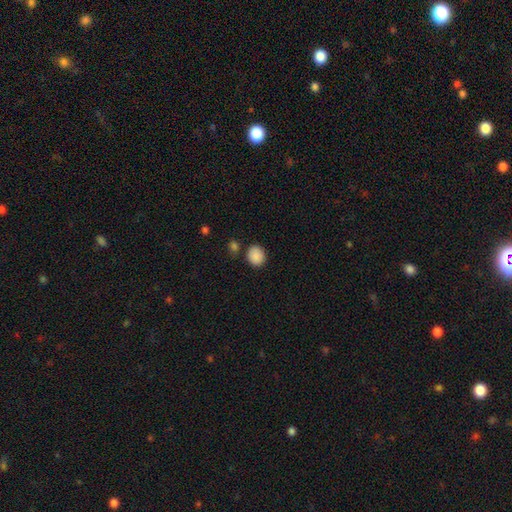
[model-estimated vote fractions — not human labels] The model was most divided on "how rounded": round: 67%, in between: 32%, cigar-shaped: 1%. More confident: smooth or featured — smooth (88%); merging — none (79%).